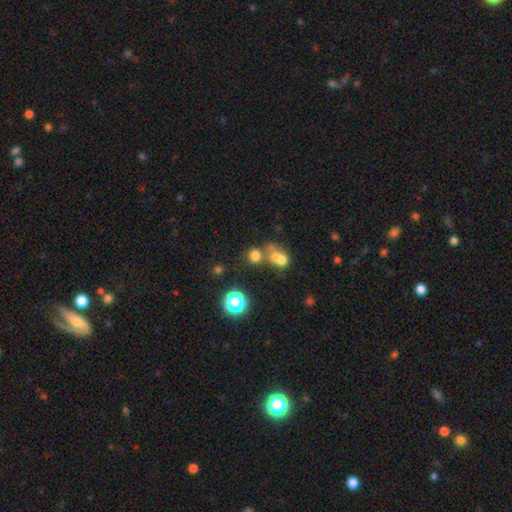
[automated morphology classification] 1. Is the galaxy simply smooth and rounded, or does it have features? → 66% smooth, 20% star or artifact, 14% featured or disk.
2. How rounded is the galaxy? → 77% round, 22% in between, 1% cigar-shaped.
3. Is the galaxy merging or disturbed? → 46% merger, 41% none, 8% minor disturbance, 5% major disturbance.